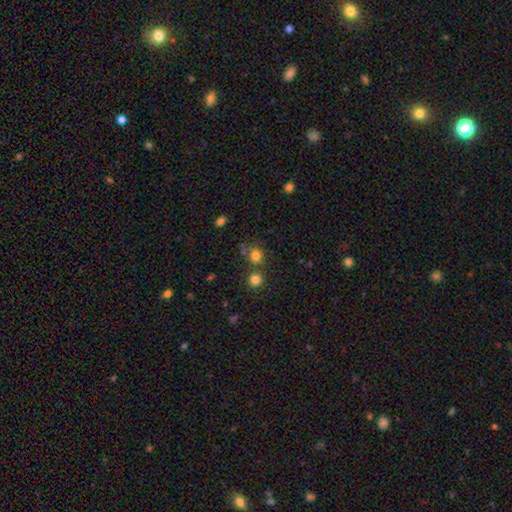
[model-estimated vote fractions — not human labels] A smooth galaxy with no disk features (78%) that is round (80%). Merging: none (62%).